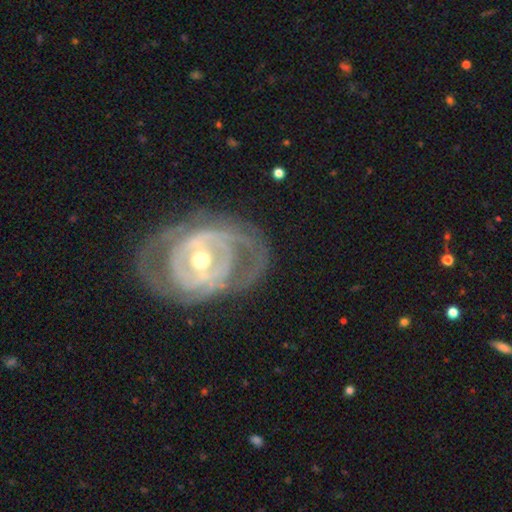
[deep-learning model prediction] Smooth or featured? featured or disk (84%)
Edge-on disk? no (95%)
Bar? weak (37%)
Spiral arms? yes (79%)
Spiral winding? tight (61%)
Spiral arm count? 2 (45%)
Bulge size? moderate (58%)
Merging? none (69%)